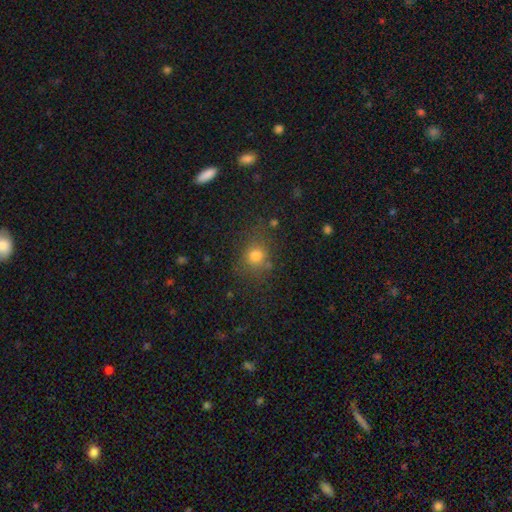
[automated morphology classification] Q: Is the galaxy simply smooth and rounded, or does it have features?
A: smooth — 75%.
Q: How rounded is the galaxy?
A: round — 75%.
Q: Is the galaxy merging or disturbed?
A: none — 75%.